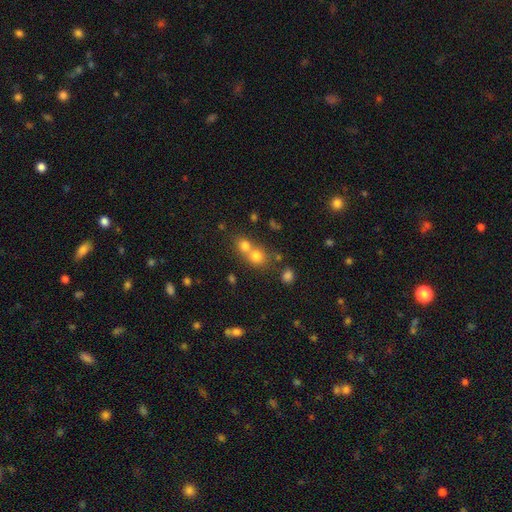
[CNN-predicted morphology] Smooth or featured? Predicted: smooth (p=0.72). How rounded? Predicted: round (p=0.80). Merging? Predicted: merger (p=0.56).